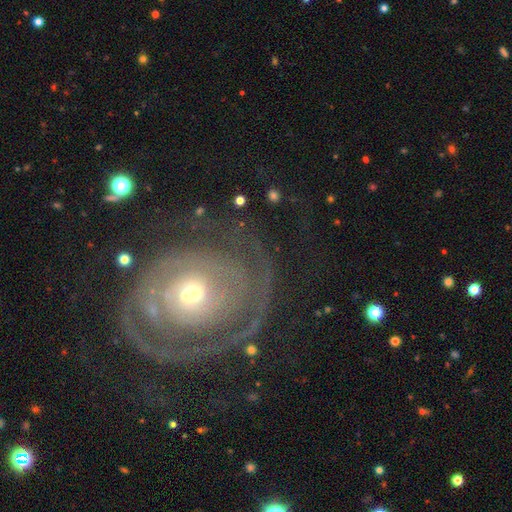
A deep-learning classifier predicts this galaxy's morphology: smooth_or_featured: featured or disk (p=0.83) [alt: smooth p=0.10]
disk_edge_on: no (p=0.97) [alt: yes p=0.03]
bar: no (p=0.74) [alt: weak p=0.19]
has_spiral_arms: yes (p=0.89) [alt: no p=0.11]
spiral_winding: tight (p=0.74) [alt: medium p=0.18]
spiral_arm_count: can't tell (p=0.35) [alt: 2 p=0.27]
bulge_size: small (p=0.49) [alt: moderate p=0.44]
merging: none (p=0.67) [alt: minor disturbance p=0.15]